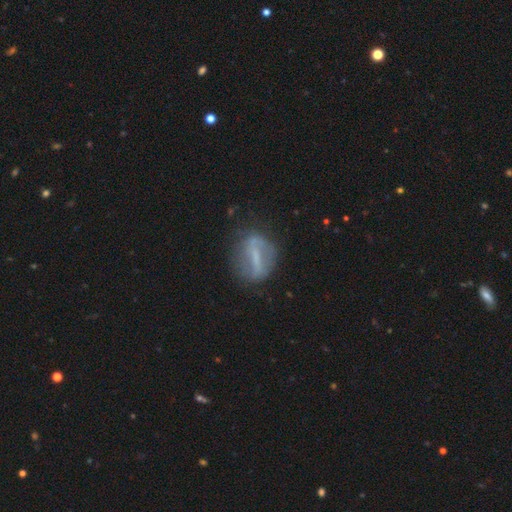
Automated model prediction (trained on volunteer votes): A featured or disk galaxy (64%) with a strong bar (69%), no spiral arms (59%) and no central bulge (40%, tied with small). Merging: none (73%).